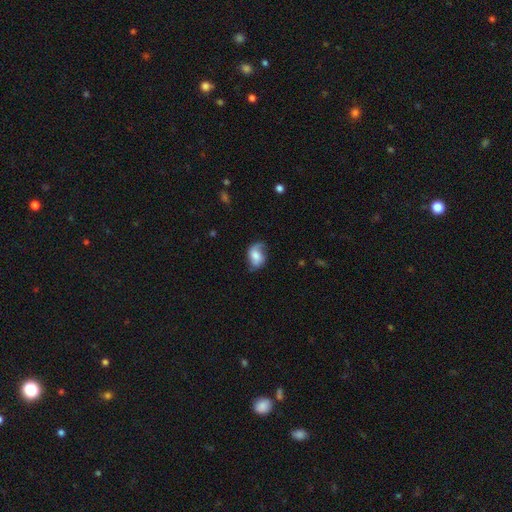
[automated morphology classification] This appears to be a smooth galaxy with no disk features (52%) that is in between round and cigar-shaped (75%). Merging: none (52%).